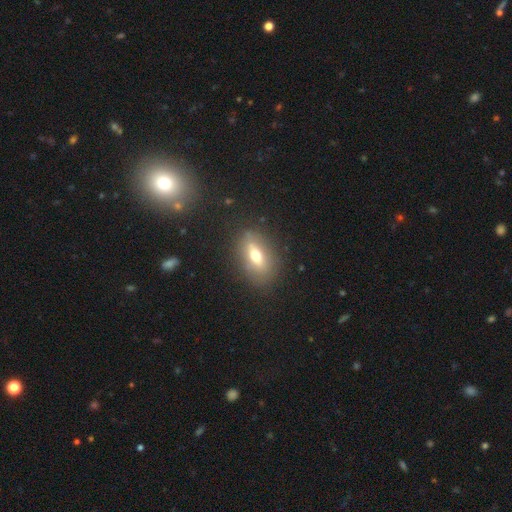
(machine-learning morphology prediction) smooth_or_featured: smooth (p=0.55) [alt: featured or disk p=0.35]
how_rounded: in between (p=0.75) [alt: cigar-shaped p=0.15]
merging: none (p=0.82) [alt: minor disturbance p=0.12]